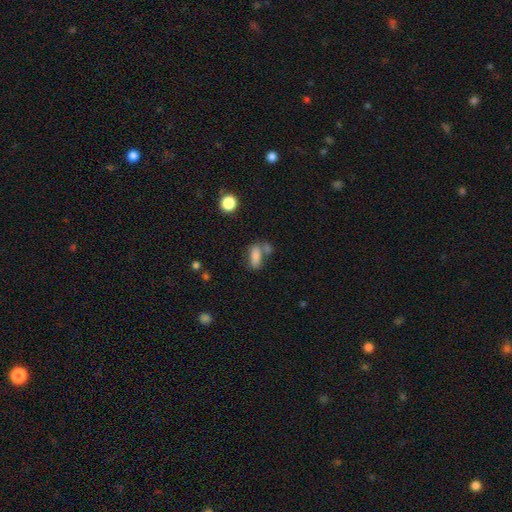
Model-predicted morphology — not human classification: type=smooth (78%); roundness=in between (75%); merging=none (45%).